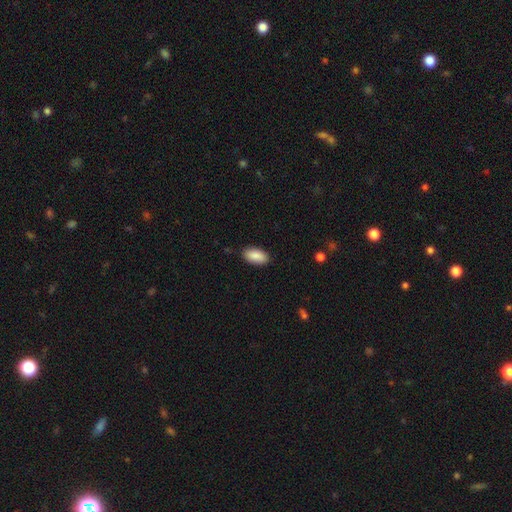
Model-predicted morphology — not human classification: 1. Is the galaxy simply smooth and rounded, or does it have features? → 90% smooth, 6% star or artifact, 4% featured or disk.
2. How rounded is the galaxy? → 94% in between, 4% cigar-shaped, 2% round.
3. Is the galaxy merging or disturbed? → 88% none, 9% minor disturbance, 2% major disturbance, 1% merger.